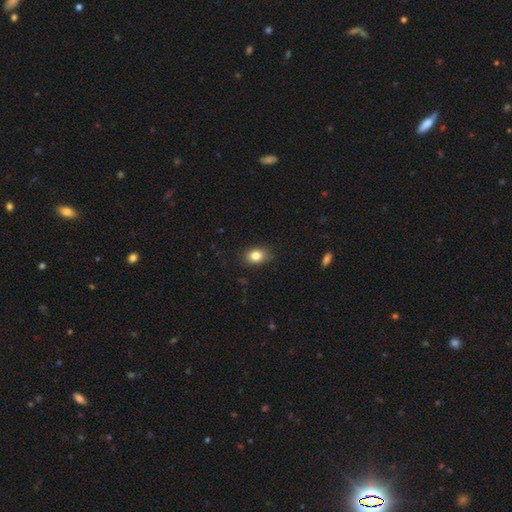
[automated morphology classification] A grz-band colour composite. It shows a smooth galaxy with no disk features (82%) that is in between round and cigar-shaped (66%). Merging: none (83%).